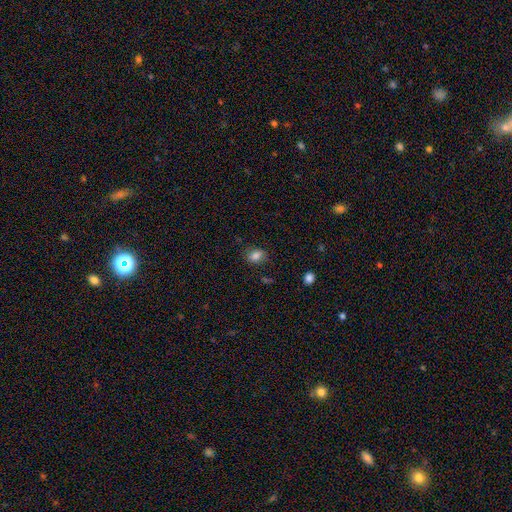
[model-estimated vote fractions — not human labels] Smooth or featured?
  - smooth: 83% *
  - star or artifact: 10%
  - featured or disk: 7%
How rounded?
  - in between: 66% *
  - round: 33%
  - cigar-shaped: 1%
Merging?
  - none: 78% *
  - minor disturbance: 16%
  - major disturbance: 4%
  - merger: 2%